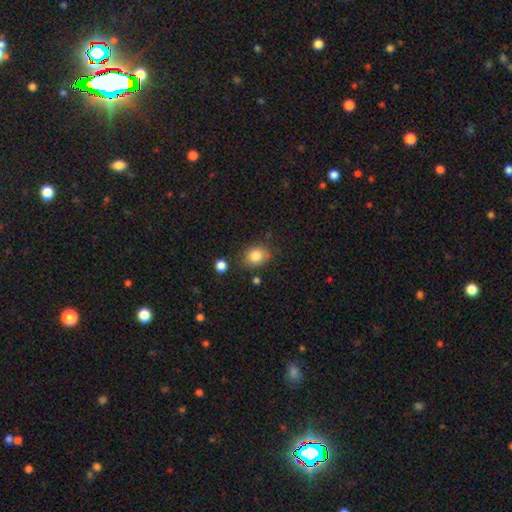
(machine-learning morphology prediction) Smooth or featured?
  - smooth: 84% *
  - star or artifact: 10%
  - featured or disk: 6%
How rounded?
  - round: 57% *
  - in between: 42%
  - cigar-shaped: 1%
Merging?
  - none: 76% *
  - minor disturbance: 16%
  - merger: 5%
  - major disturbance: 4%